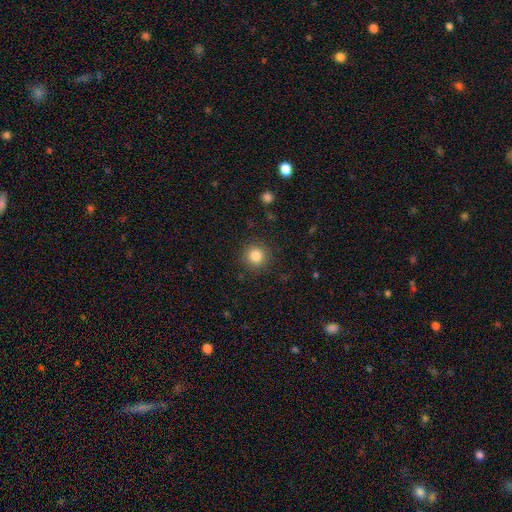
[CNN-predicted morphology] smooth-or-featured: smooth: 84% | star or artifact: 11% | featured or disk: 5%
  how-rounded: round: 94% | in between: 5% | cigar-shaped: 1%
  merging: none: 89% | minor disturbance: 7% | major disturbance: 3% | merger: 1%